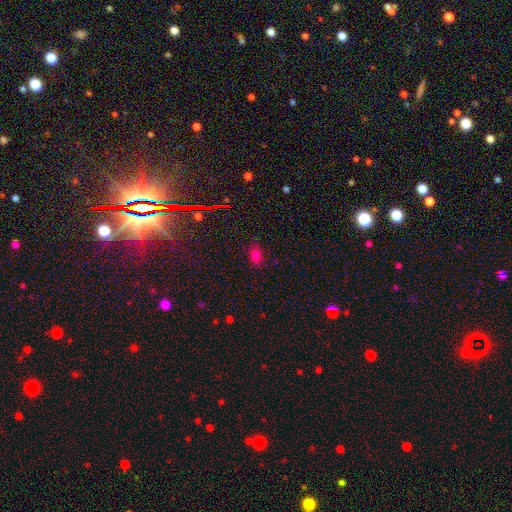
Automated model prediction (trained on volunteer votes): Q: Smooth or featured?
A: smooth (72%); runner-up: star or artifact (21%)
Q: How rounded?
A: in between (72%); runner-up: round (26%)
Q: Merging?
A: none (78%); runner-up: minor disturbance (17%)